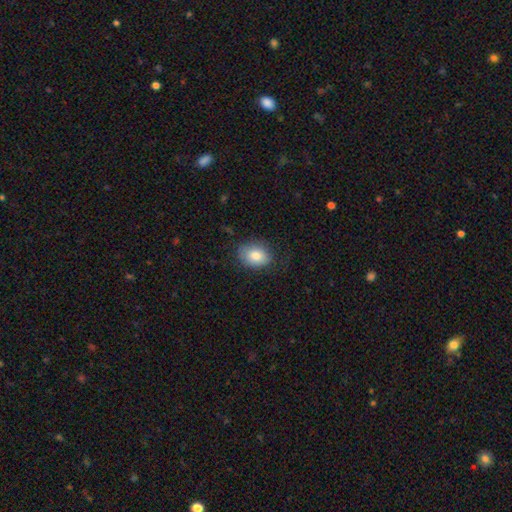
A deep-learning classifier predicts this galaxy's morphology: smooth-or-featured: smooth: 82% | featured or disk: 10% | star or artifact: 8%
  how-rounded: in between: 66% | round: 33% | cigar-shaped: 1%
  merging: none: 73% | minor disturbance: 20% | major disturbance: 6% | merger: 1%